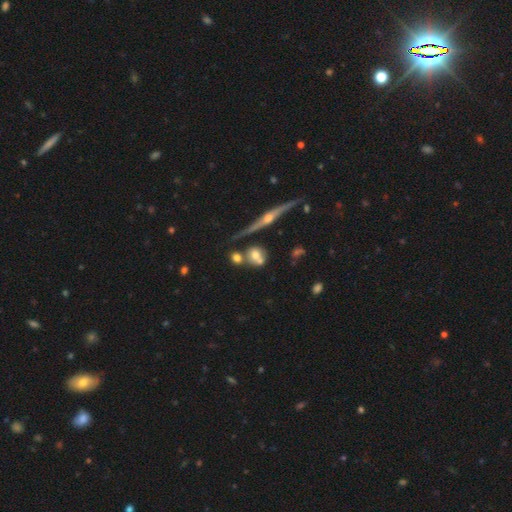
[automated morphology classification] This is likely a smooth galaxy (61%). How rounded: likely round (74%). Merging: possibly none (54%).